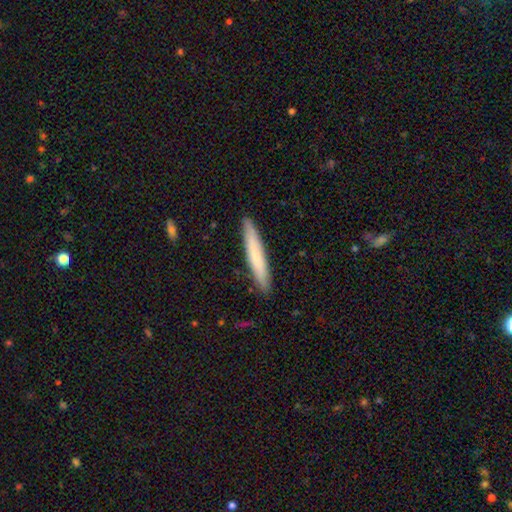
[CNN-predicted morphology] smooth-or-featured: smooth: 68% | featured or disk: 26% | star or artifact: 6%
  how-rounded: cigar-shaped: 95% | in between: 4% | round: 1%
  merging: none: 90% | minor disturbance: 7% | major disturbance: 1% | merger: 1%